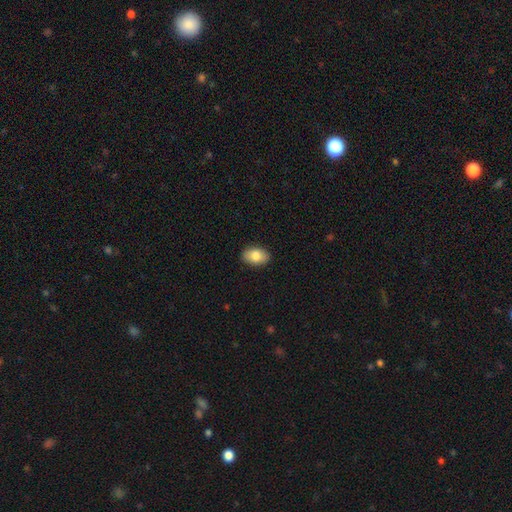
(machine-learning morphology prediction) A smooth galaxy with no disk features (82%) that is in between round and cigar-shaped (89%). Merging: none (89%).